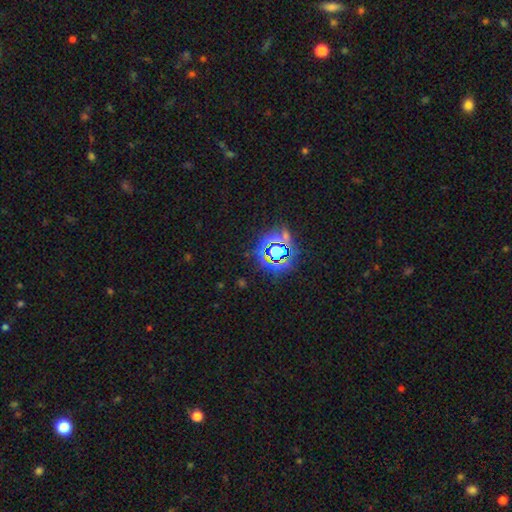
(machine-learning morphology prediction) star or artifact 77%, smooth 16%, featured or disk 7%.